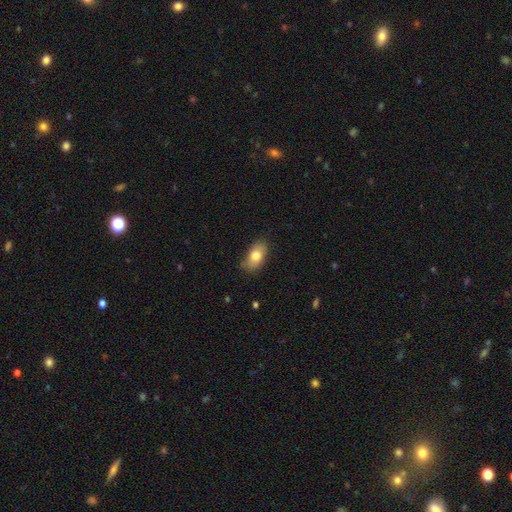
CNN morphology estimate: A smooth galaxy with no disk features (79%) that is in between round and cigar-shaped (90%).

Vote fractions:
- Smooth or featured? smooth: 79% / featured or disk: 14% / star or artifact: 7%
- How rounded? in between: 90% / round: 7% / cigar-shaped: 3%
- Merging? none: 68% / minor disturbance: 25% / major disturbance: 5% / merger: 1%